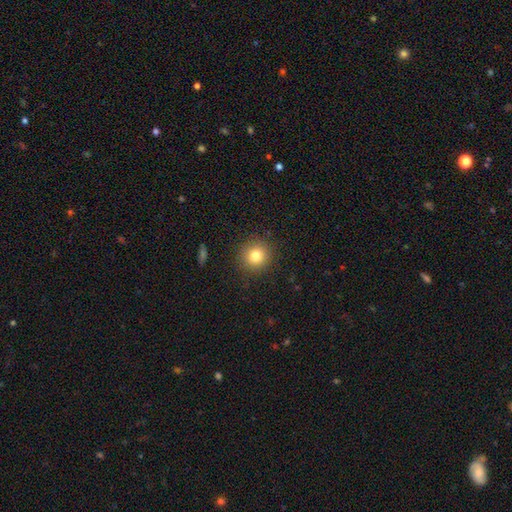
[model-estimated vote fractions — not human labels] smooth-or-featured: smooth: 80% | star or artifact: 12% | featured or disk: 8%
  how-rounded: round: 93% | in between: 6% | cigar-shaped: 1%
  merging: none: 90% | minor disturbance: 6% | major disturbance: 2% | merger: 1%